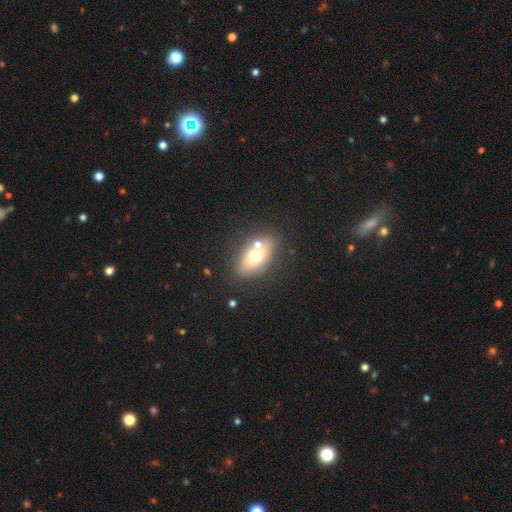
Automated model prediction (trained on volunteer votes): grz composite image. It shows a smooth galaxy with no disk features (61%) that is in between round and cigar-shaped (80%). Merging: none (61%).